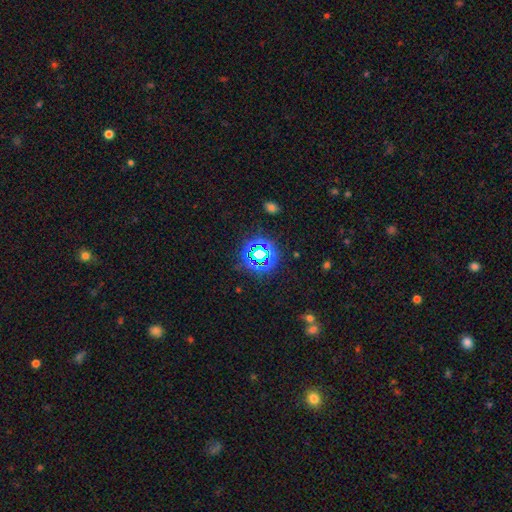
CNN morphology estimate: Smooth or featured? Predicted: star or artifact (p=0.71).